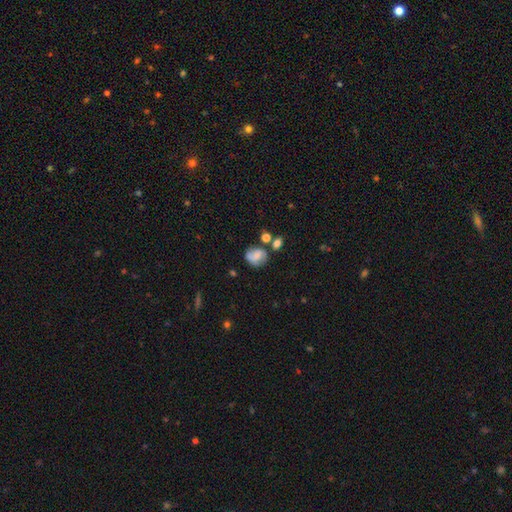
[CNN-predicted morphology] type=smooth (47%); merging=none (56%).